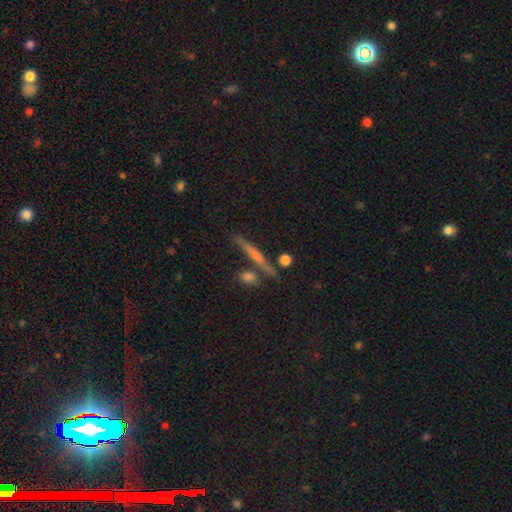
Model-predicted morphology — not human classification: smooth_or_featured: smooth (p=0.44) [tied with: featured or disk p=0.44]
merging: none (p=0.76) [alt: merger p=0.11]